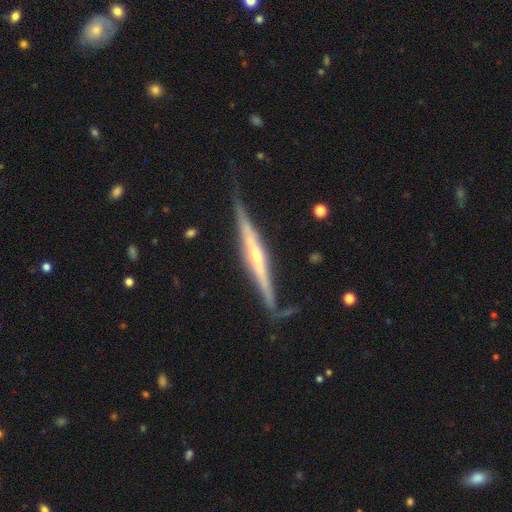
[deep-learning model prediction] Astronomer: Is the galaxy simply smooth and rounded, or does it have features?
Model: featured or disk — 80%.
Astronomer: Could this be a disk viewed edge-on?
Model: yes — 96%.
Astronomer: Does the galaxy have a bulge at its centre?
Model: rounded — 66%.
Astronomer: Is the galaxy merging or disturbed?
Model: none — 72%.